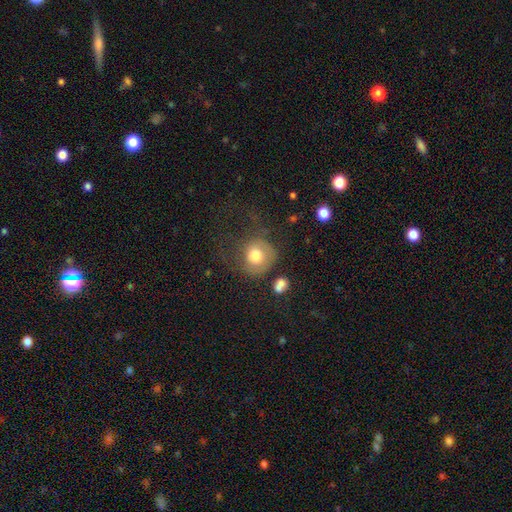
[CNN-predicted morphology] Smooth or featured? smooth (67%)
How rounded? round (83%)
Merging? none (41%)